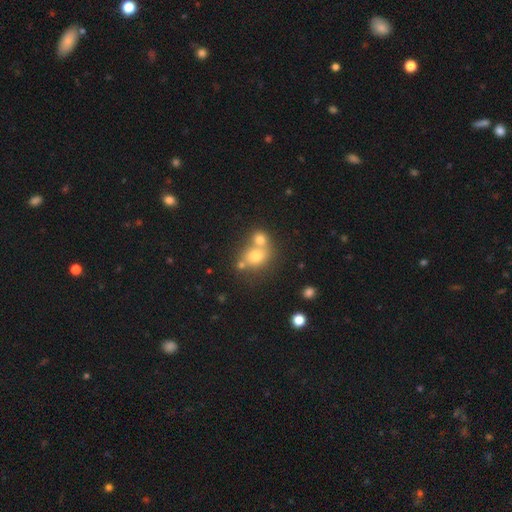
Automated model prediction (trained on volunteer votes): A smooth galaxy with no disk features (71%) that is round (71%). Merging: merger (53%).